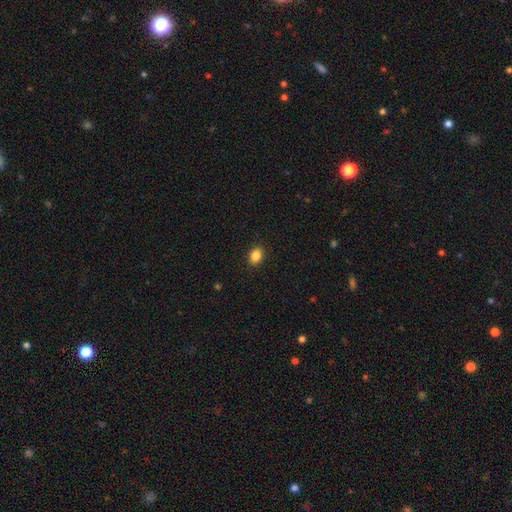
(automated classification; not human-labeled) smooth-or-featured: smooth: 87% | star or artifact: 10% | featured or disk: 4%
  how-rounded: in between: 65% | round: 34% | cigar-shaped: 1%
  merging: none: 90% | minor disturbance: 7% | major disturbance: 2% | merger: 1%